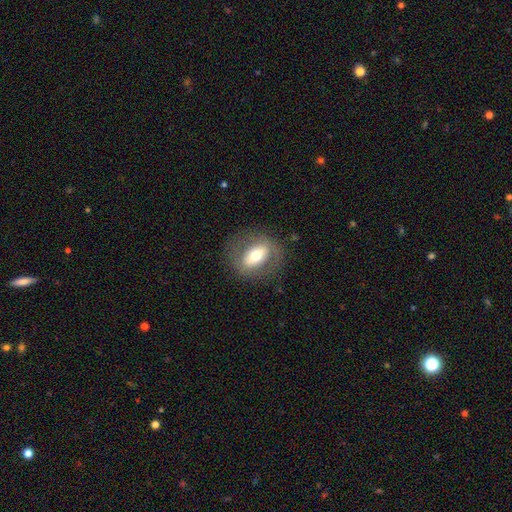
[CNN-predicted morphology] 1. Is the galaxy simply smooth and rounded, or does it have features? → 48% smooth, 45% featured or disk, 8% star or artifact.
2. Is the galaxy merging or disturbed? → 77% none, 13% minor disturbance, 9% major disturbance, 1% merger.